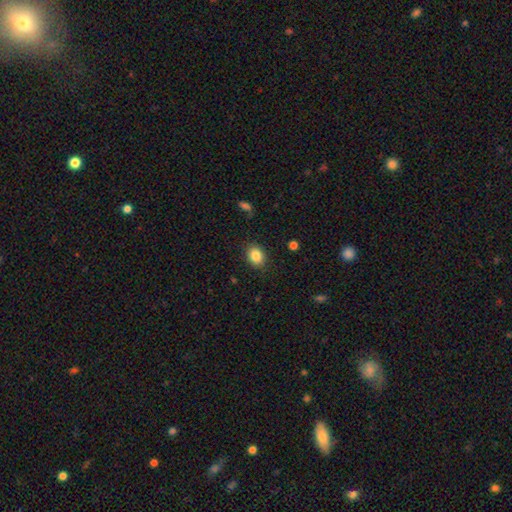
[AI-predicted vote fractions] Q: Smooth or featured?
A: smooth (85%); runner-up: star or artifact (9%)
Q: How rounded?
A: in between (55%); runner-up: round (44%)
Q: Merging?
A: none (86%); runner-up: minor disturbance (10%)